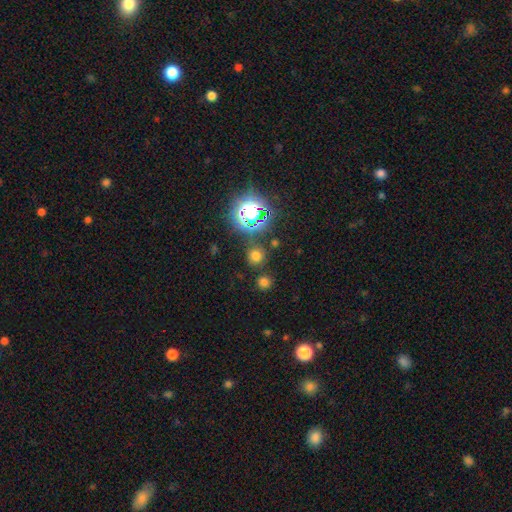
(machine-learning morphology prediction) A smooth galaxy with no disk features (64%) that is round (90%). Merging: none (82%).